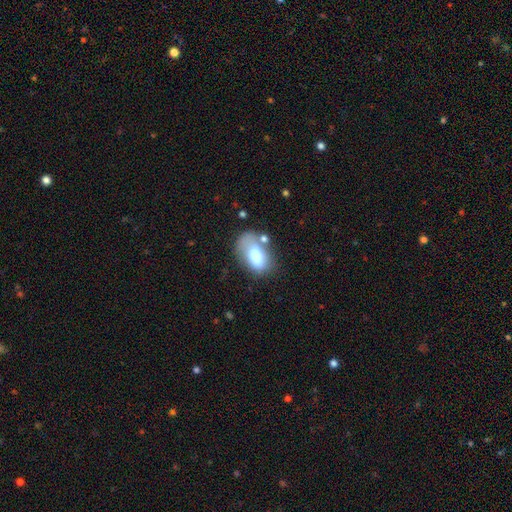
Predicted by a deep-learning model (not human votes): smooth 73%, featured or disk 19%, star or artifact 9%. Down the decision tree: how rounded — in between (90%); merging — none (49%).